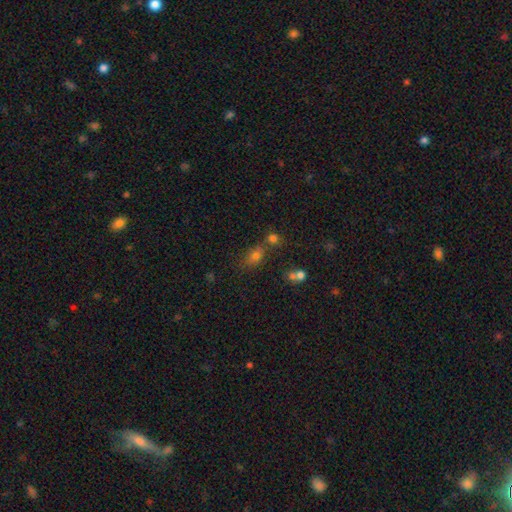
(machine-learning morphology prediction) A smooth galaxy with no disk features (63%) that is in between round and cigar-shaped (60%).

Vote fractions:
- Smooth or featured? smooth: 63% / star or artifact: 25% / featured or disk: 12%
- How rounded? in between: 60% / round: 36% / cigar-shaped: 3%
- Merging? none: 56% / merger: 27% / minor disturbance: 12% / major disturbance: 5%